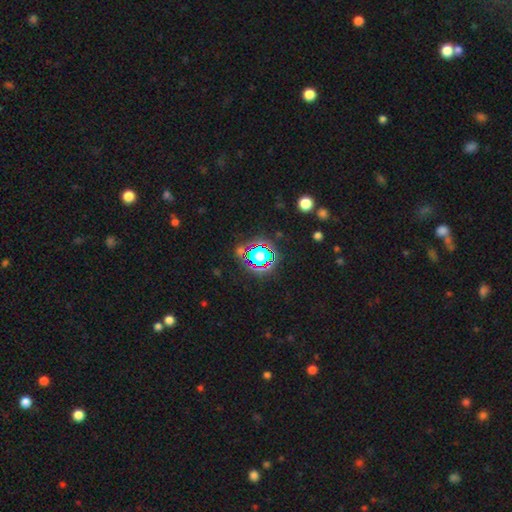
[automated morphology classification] Overall: star or artifact (72%).